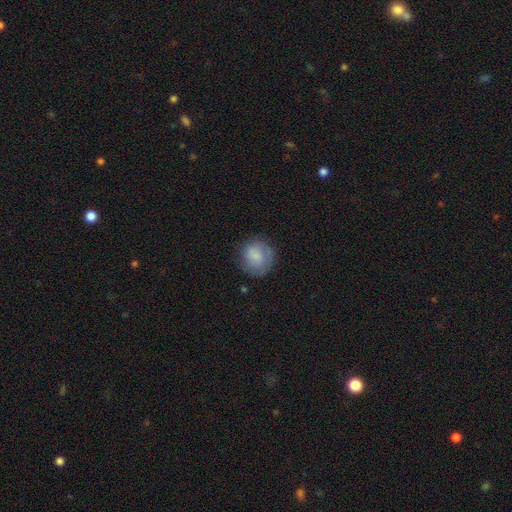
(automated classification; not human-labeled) smooth 76%, featured or disk 17%, star or artifact 7%. Down the decision tree: how rounded — round (87%); merging — none (71%).